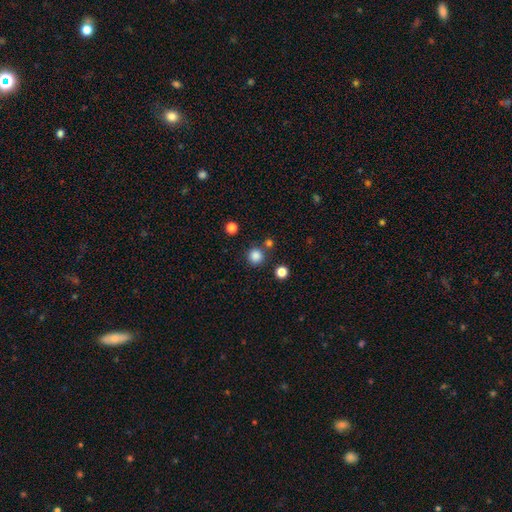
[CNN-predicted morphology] This is clearly a smooth galaxy (84%). How rounded: clearly round (94%). Merging: clearly none (82%).